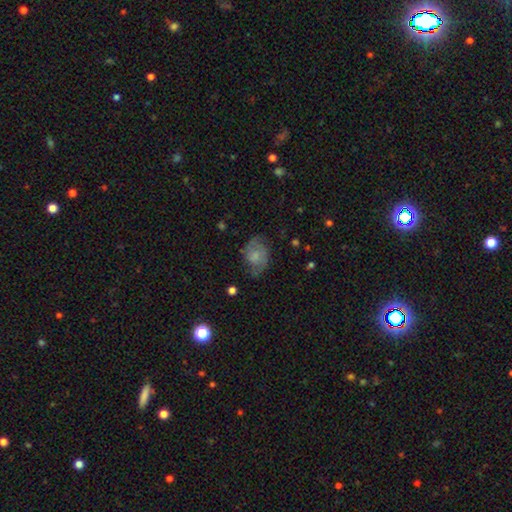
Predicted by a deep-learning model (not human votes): Morphology: type=smooth (54%); roundness=in between (67%); merging=none (57%).